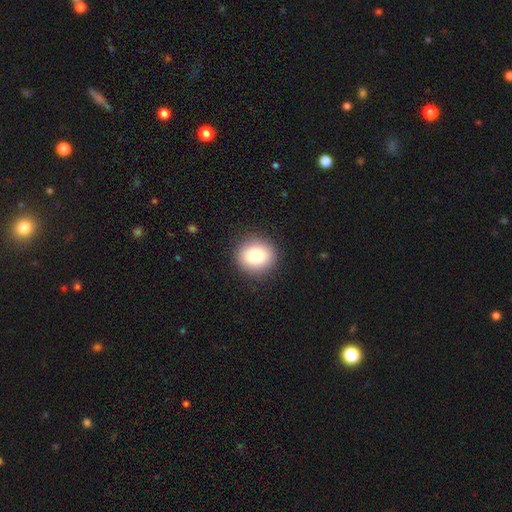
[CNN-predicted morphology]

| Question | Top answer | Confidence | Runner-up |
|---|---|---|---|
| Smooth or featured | smooth | 82% | star or artifact (9%) |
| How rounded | round | 85% | in between (14%) |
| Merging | none | 90% | minor disturbance (6%) |